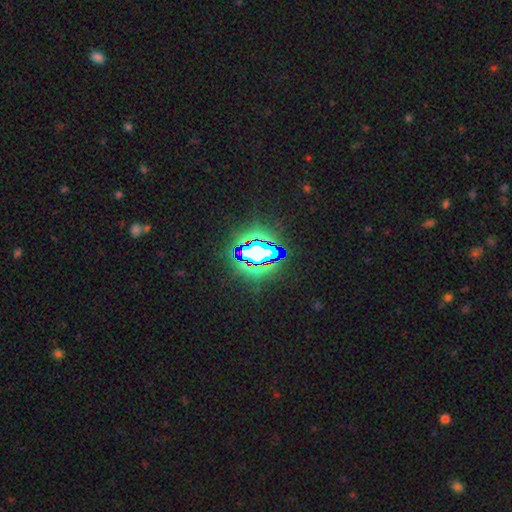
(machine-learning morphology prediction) A star or artifact, not a galaxy (74%).

Vote fractions:
- Smooth or featured? star or artifact: 74% / smooth: 14% / featured or disk: 12%